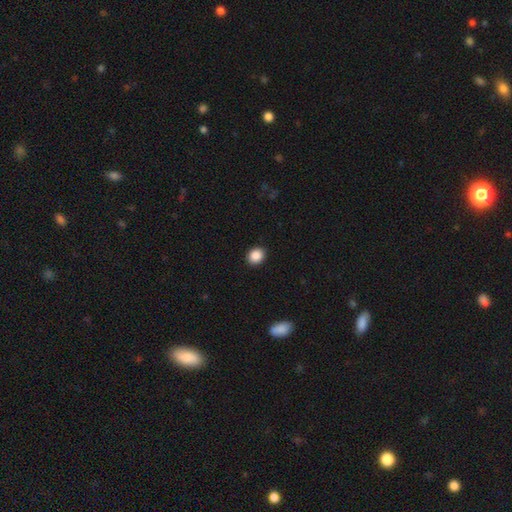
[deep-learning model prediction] smooth_or_featured: smooth (p=0.89) [alt: star or artifact p=0.08]
how_rounded: round (p=0.66) [alt: in between p=0.33]
merging: none (p=0.91) [alt: minor disturbance p=0.07]